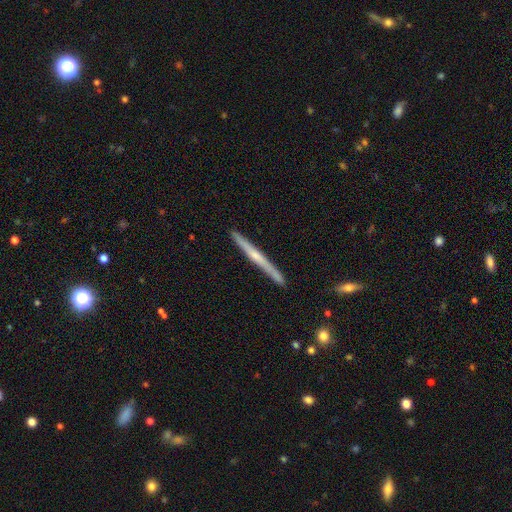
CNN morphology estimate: A featured or disk galaxy (63%) viewed edge-on (97%) with a rounded central bulge (49%).

Vote fractions:
- Smooth or featured? featured or disk: 63% / smooth: 32% / star or artifact: 6%
- Edge-on disk? yes: 97% / no: 3%
- Edge-on bulge? rounded: 49% / none: 45% / boxy: 6%
- Merging? none: 88% / minor disturbance: 9% / merger: 2% / major disturbance: 1%